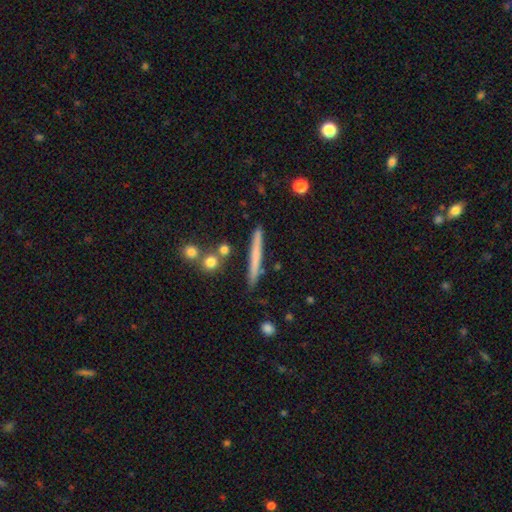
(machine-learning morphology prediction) A smooth galaxy with no disk features (55%) that is cigar-shaped (96%).

Vote fractions:
- Smooth or featured? smooth: 55% / featured or disk: 38% / star or artifact: 7%
- How rounded? cigar-shaped: 96% / in between: 2% / round: 2%
- Merging? none: 86% / minor disturbance: 9% / merger: 4% / major disturbance: 2%